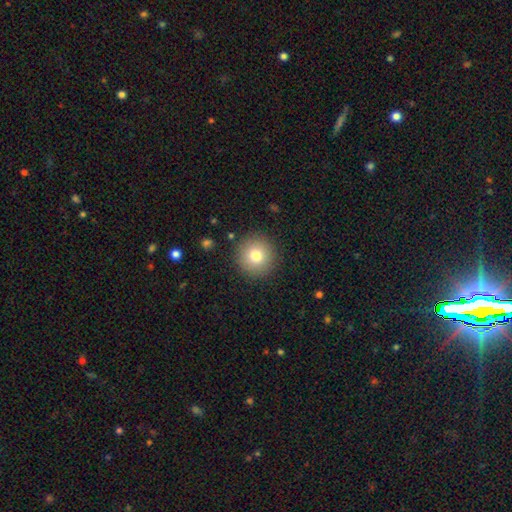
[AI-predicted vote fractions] smooth-or-featured: smooth: 78% | featured or disk: 11% | star or artifact: 11%
  how-rounded: round: 95% | in between: 4% | cigar-shaped: 1%
  merging: none: 90% | minor disturbance: 7% | major disturbance: 2% | merger: 1%